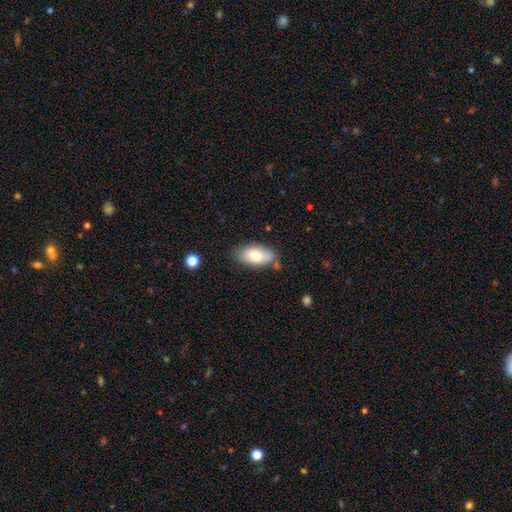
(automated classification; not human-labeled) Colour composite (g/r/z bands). It shows a smooth galaxy with no disk features (81%) that is in between round and cigar-shaped (92%). Merging: none (72%).